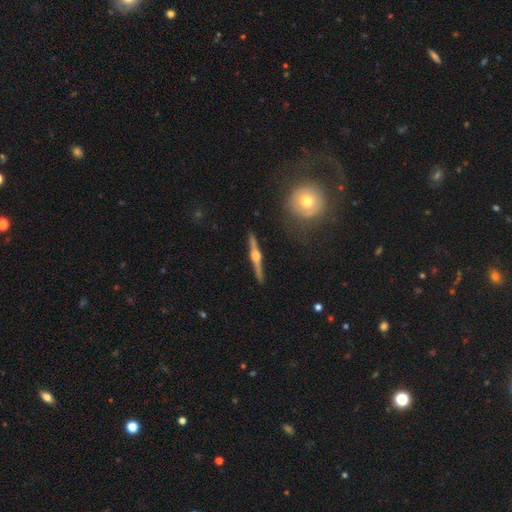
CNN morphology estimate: Smooth or featured: featured or disk — 84% (smooth — 12%)
Edge-on disk: yes — 98% (no — 2%)
Edge-on bulge: rounded — 95% (boxy — 3%)
Merging: none — 90% (minor disturbance — 7%)